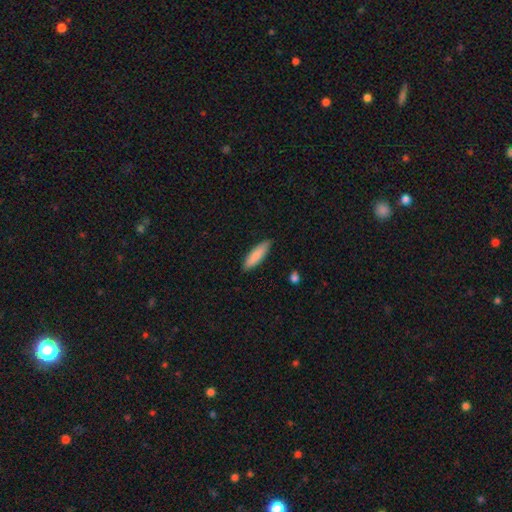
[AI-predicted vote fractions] This is clearly a smooth galaxy (86%). How rounded: likely cigar-shaped (66%). Merging: clearly none (86%).